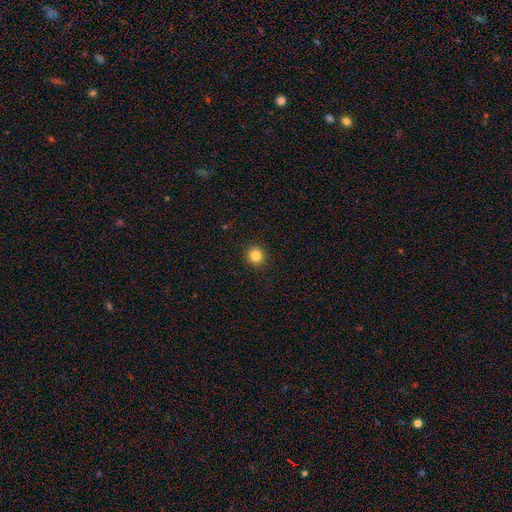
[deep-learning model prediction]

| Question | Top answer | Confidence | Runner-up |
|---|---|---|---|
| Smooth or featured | smooth | 85% | star or artifact (11%) |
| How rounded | round | 93% | in between (6%) |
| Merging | none | 92% | minor disturbance (5%) |